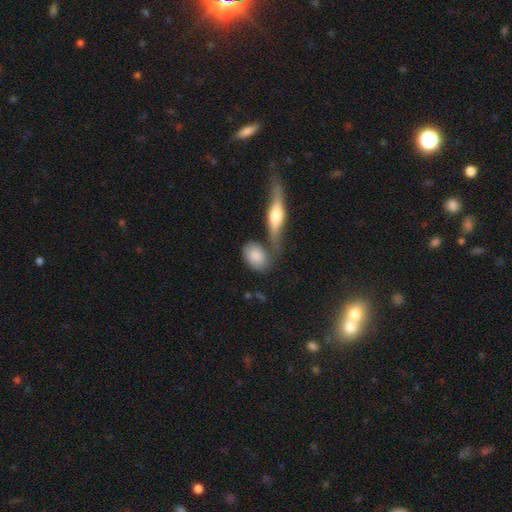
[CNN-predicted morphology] The model was most divided on "merging": none: 54%, merger: 23%, minor disturbance: 16%, major disturbance: 7%. More confident: smooth or featured — smooth (79%); how rounded — in between (74%).